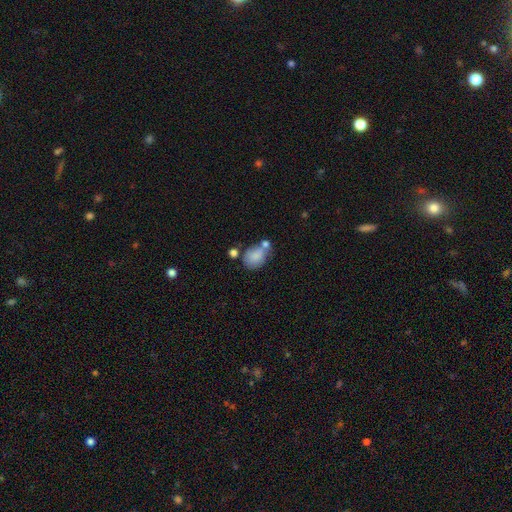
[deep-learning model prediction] Smooth or featured?
  - smooth: 79% *
  - featured or disk: 12%
  - star or artifact: 9%
How rounded?
  - in between: 65% *
  - round: 33%
  - cigar-shaped: 1%
Merging?
  - none: 40% *
  - merger: 31%
  - minor disturbance: 20%
  - major disturbance: 9%